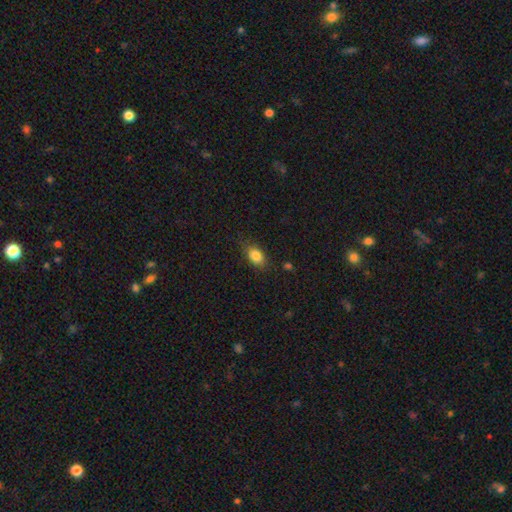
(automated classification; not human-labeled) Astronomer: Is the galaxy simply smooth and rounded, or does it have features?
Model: smooth — 83%.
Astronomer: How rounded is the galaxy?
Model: in between — 80%.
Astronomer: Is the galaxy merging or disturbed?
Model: none — 75%.